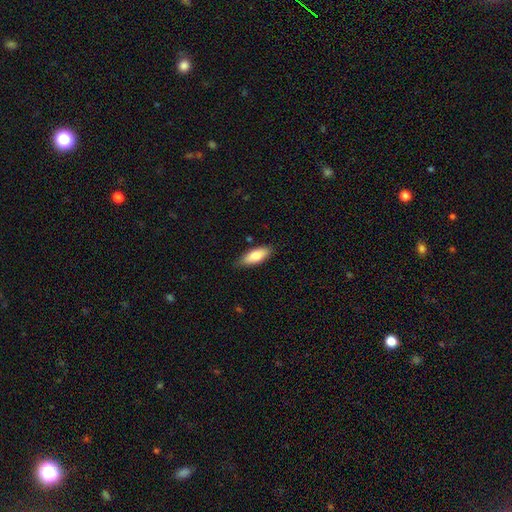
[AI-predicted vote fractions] Overall: smooth (77%). How rounded: in between (76%). Merging: none (83%).